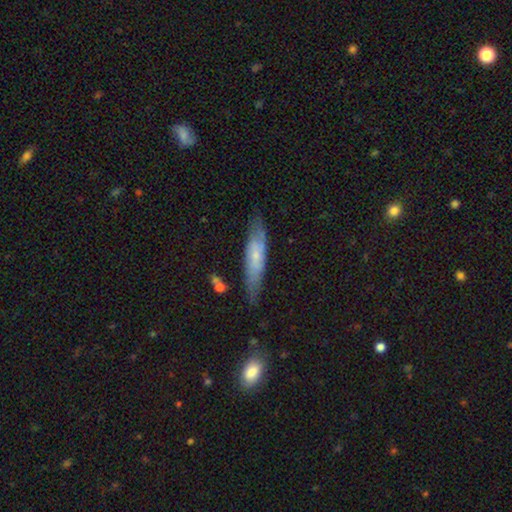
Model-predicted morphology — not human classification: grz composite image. It shows a smooth galaxy with no disk features (50%) that is cigar-shaped (72%). Merging: none (73%).